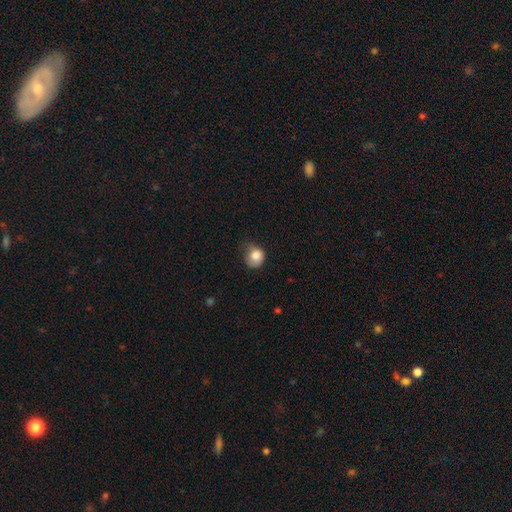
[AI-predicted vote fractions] Overall: smooth (80%). How rounded: round (71%). Merging: minor disturbance (40%; none 37%).